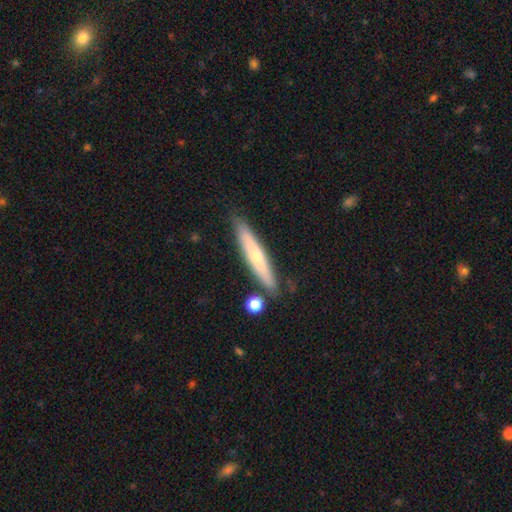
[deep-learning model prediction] A smooth galaxy with no disk features (51%) that is cigar-shaped (90%).

Vote fractions:
- Smooth or featured? smooth: 51% / featured or disk: 43% / star or artifact: 6%
- How rounded? cigar-shaped: 90% / in between: 9% / round: 1%
- Merging? none: 83% / minor disturbance: 11% / merger: 4% / major disturbance: 2%